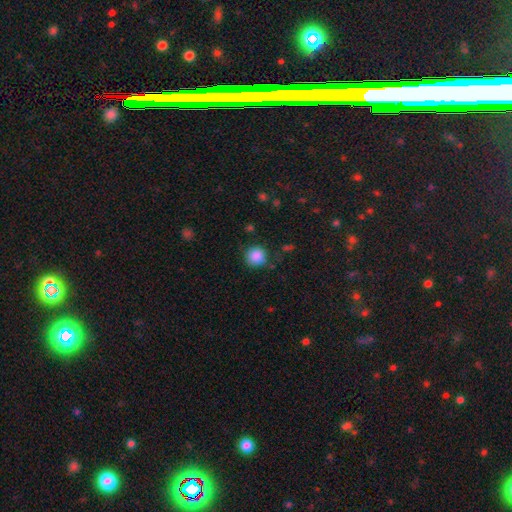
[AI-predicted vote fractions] Smooth or featured?
  - smooth: 87% *
  - star or artifact: 10%
  - featured or disk: 3%
How rounded?
  - round: 92% *
  - in between: 7%
  - cigar-shaped: 1%
Merging?
  - none: 84% *
  - minor disturbance: 11%
  - major disturbance: 3%
  - merger: 2%